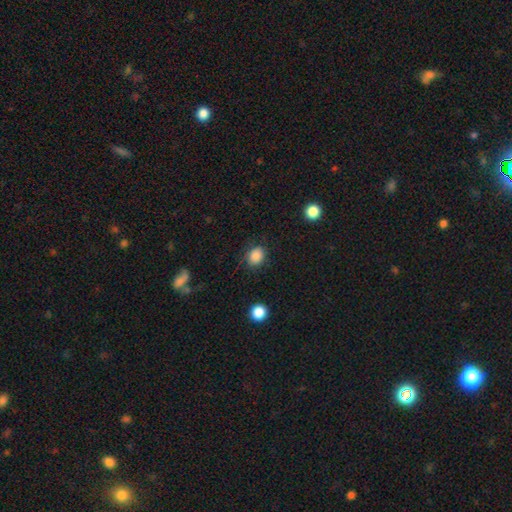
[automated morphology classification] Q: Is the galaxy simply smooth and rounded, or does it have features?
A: smooth — 86%.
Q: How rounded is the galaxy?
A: round — 54%.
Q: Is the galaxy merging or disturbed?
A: none — 79%.